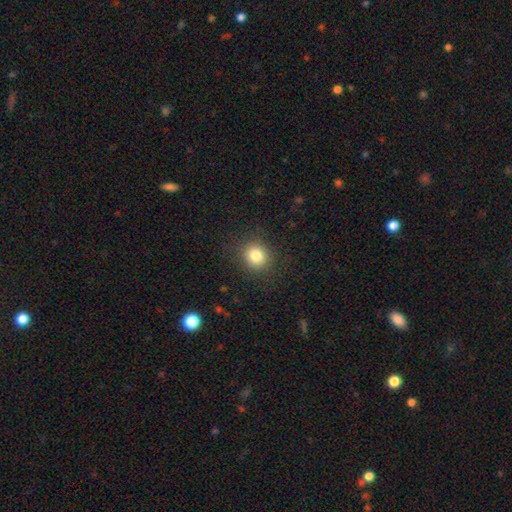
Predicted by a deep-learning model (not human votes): smooth_or_featured: smooth (p=0.82) [alt: star or artifact p=0.12]
how_rounded: round (p=0.87) [alt: in between p=0.12]
merging: none (p=0.89) [alt: minor disturbance p=0.07]